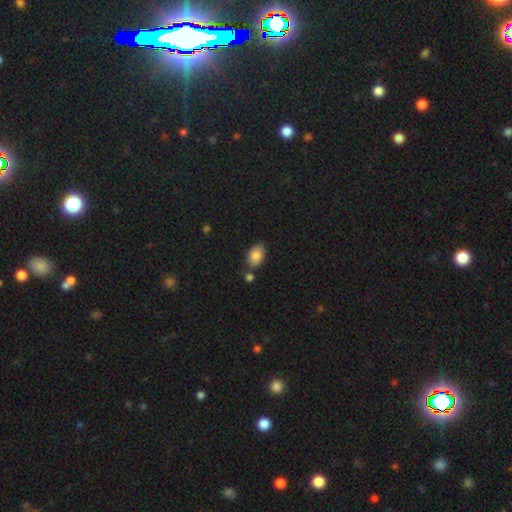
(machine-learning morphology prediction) Smooth or featured: smooth — 85% (star or artifact — 8%)
How rounded: in between — 87% (round — 11%)
Merging: none — 69% (minor disturbance — 17%)